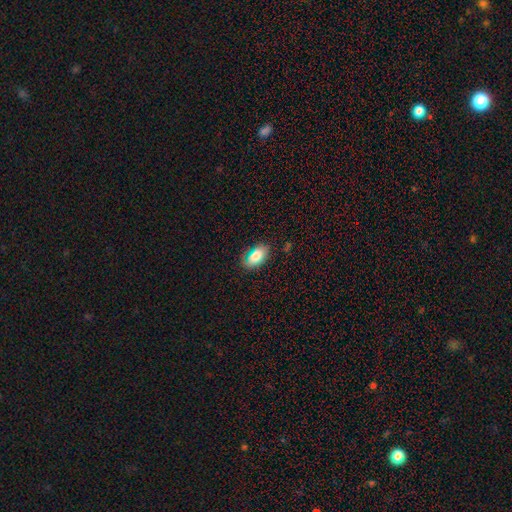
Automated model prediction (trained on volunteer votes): Overall: smooth (71%). How rounded: in between (92%). Merging: none (64%).